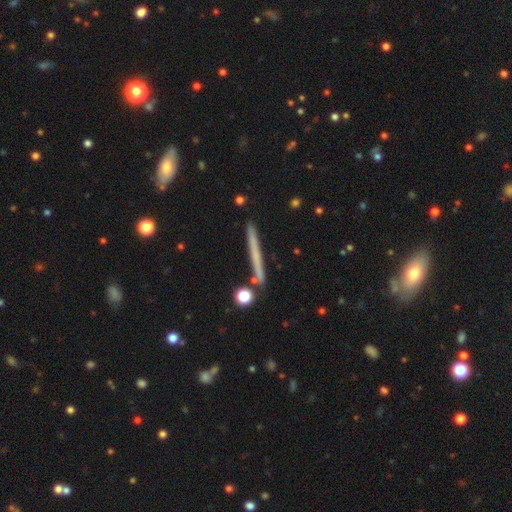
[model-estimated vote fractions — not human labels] The model was most divided on "smooth or featured": smooth: 48%, featured or disk: 44%, star or artifact: 8%. More confident: merging — none (88%).